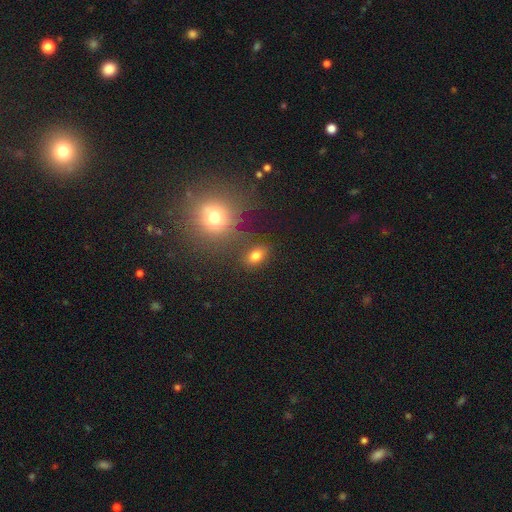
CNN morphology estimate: smooth_or_featured: smooth (p=0.78) [alt: star or artifact p=0.14]
how_rounded: in between (p=0.78) [alt: round p=0.19]
merging: none (p=0.77) [alt: minor disturbance p=0.12]